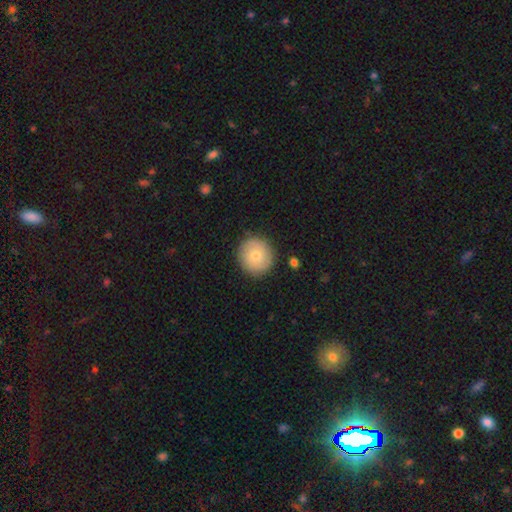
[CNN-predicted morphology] Smooth or featured? Predicted: smooth (p=0.70). How rounded? Predicted: round (p=0.93). Merging? Predicted: none (p=0.89).